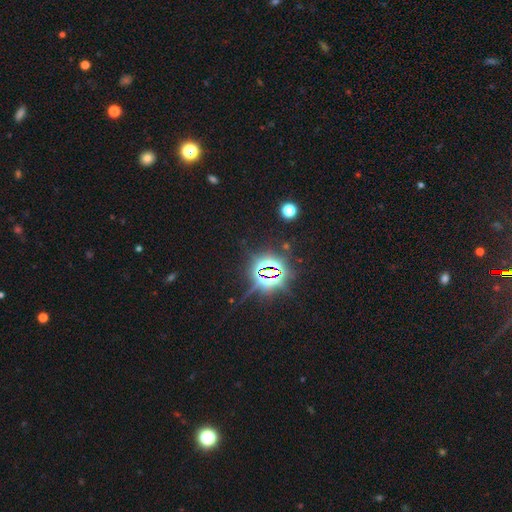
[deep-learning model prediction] smooth_or_featured: star or artifact (p=0.83) [alt: smooth p=0.11]